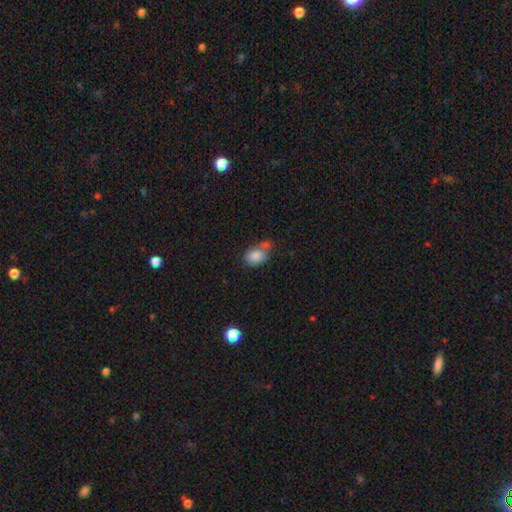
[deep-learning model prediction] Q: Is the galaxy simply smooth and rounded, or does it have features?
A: smooth — 83%.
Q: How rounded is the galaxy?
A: in between — 78%.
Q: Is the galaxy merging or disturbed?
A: none — 42%.